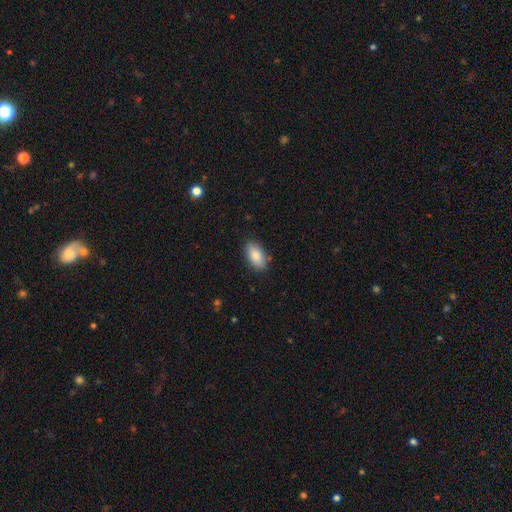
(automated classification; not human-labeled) Smooth or featured? Predicted: smooth (p=0.88). How rounded? Predicted: in between (p=0.93). Merging? Predicted: none (p=0.86).